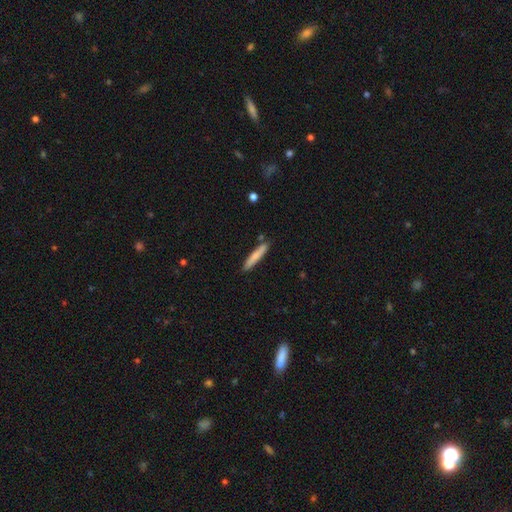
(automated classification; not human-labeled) smooth-or-featured: smooth: 76% | featured or disk: 18% | star or artifact: 5%
  how-rounded: cigar-shaped: 93% | in between: 6% | round: 1%
  merging: none: 84% | minor disturbance: 11% | merger: 4% | major disturbance: 2%